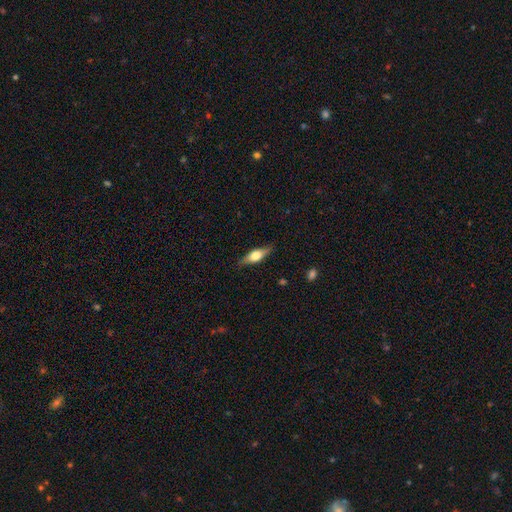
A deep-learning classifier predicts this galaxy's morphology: A smooth galaxy with no disk features (52%) that is in between round and cigar-shaped (54%). Merging: none (84%).